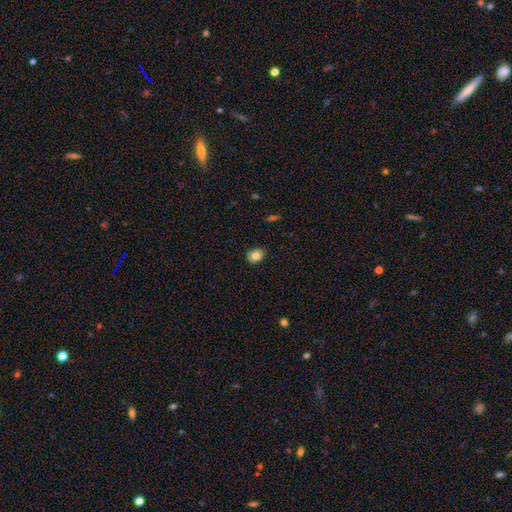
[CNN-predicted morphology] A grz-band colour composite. It shows a smooth galaxy with no disk features (82%) that is round (51%). Merging: none (88%).